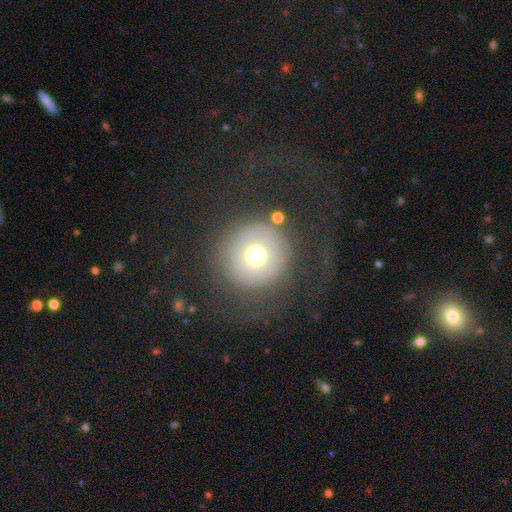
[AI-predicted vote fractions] Morphology: type=smooth (60%); roundness=round (95%); merging=none (65%).